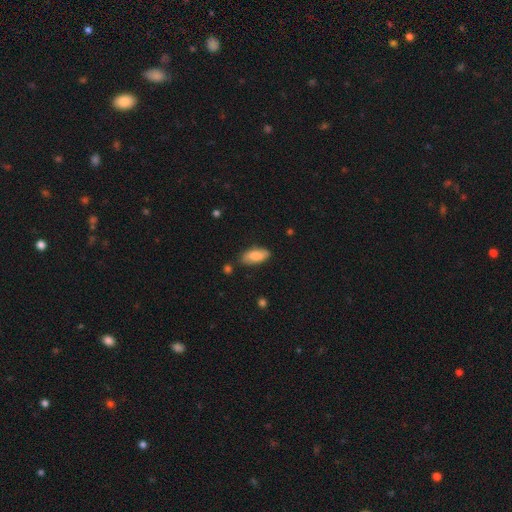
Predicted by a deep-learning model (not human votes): Morphology: type=smooth (82%); roundness=in between (85%); merging=none (80%).